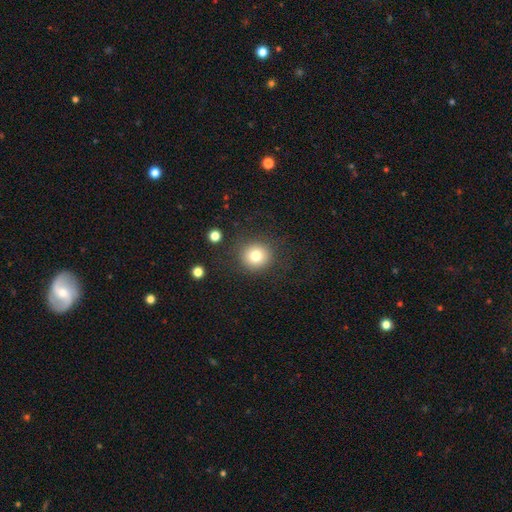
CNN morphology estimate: type=smooth (77%); roundness=round (92%); merging=none (85%).